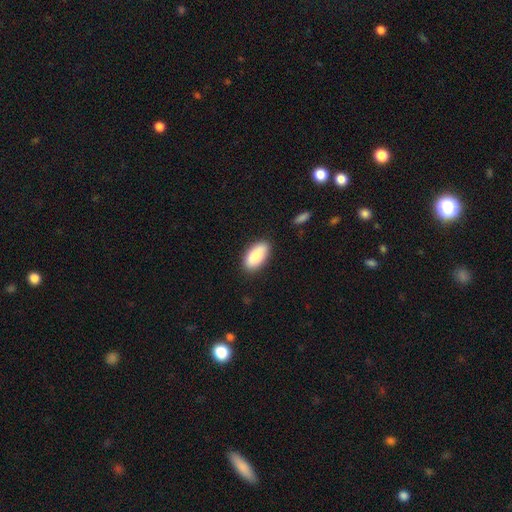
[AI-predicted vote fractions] smooth-or-featured: smooth: 86% | featured or disk: 8% | star or artifact: 6%
  how-rounded: in between: 93% | cigar-shaped: 5% | round: 2%
  merging: none: 86% | minor disturbance: 10% | major disturbance: 2% | merger: 1%